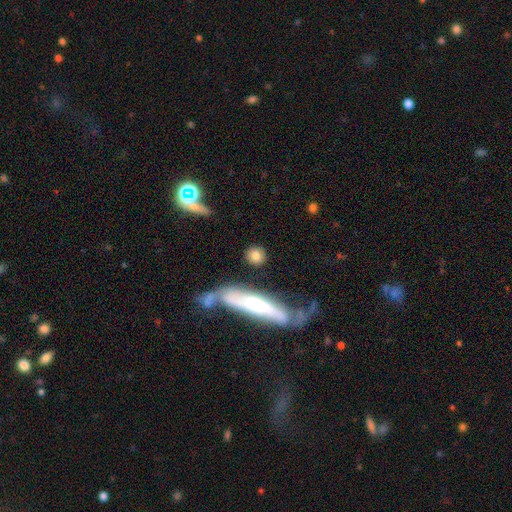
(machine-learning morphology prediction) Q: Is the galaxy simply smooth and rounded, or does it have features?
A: smooth — 79%.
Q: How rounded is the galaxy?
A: round — 79%.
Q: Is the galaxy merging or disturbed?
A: none — 81%.